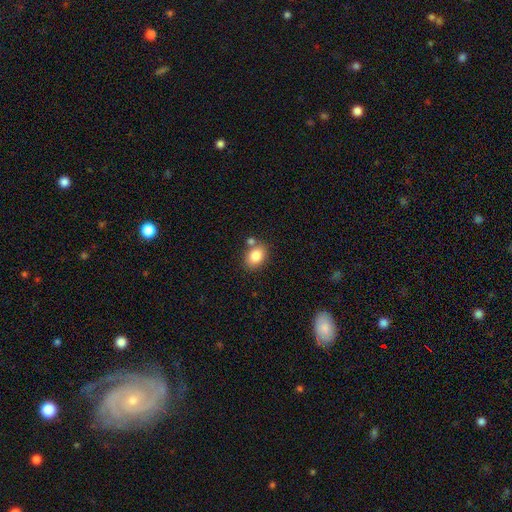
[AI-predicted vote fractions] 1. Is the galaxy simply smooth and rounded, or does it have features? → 84% smooth, 9% star or artifact, 7% featured or disk.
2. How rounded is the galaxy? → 70% in between, 29% round, 1% cigar-shaped.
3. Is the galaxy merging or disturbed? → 68% none, 15% merger, 13% minor disturbance, 4% major disturbance.